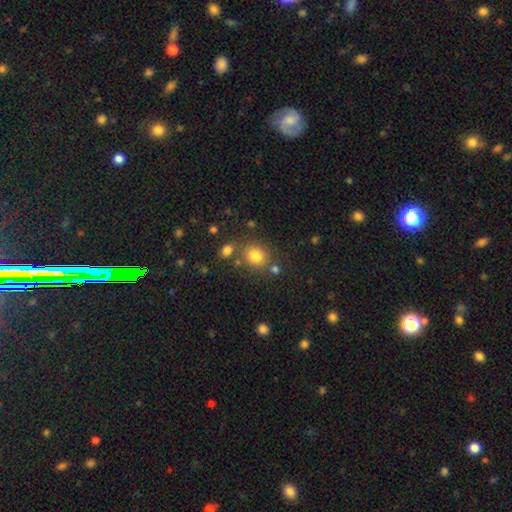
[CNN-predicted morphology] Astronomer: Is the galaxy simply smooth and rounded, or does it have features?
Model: smooth — 80%.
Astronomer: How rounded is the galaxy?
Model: round — 74%.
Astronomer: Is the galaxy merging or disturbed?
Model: none — 74%.